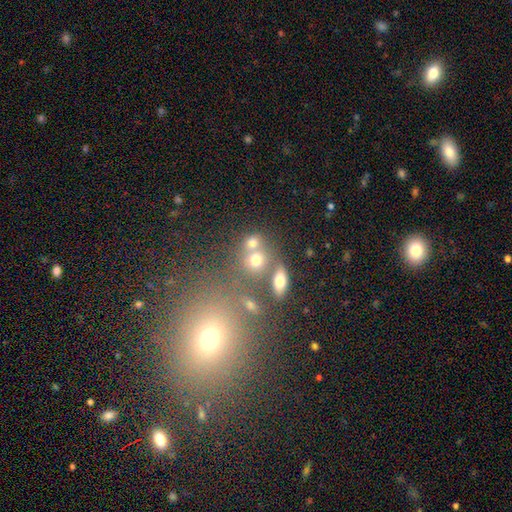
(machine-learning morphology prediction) Smooth or featured: smooth — 58% (star or artifact — 24%)
How rounded: round — 65% (in between — 32%)
Merging: none — 50% (merger — 35%)